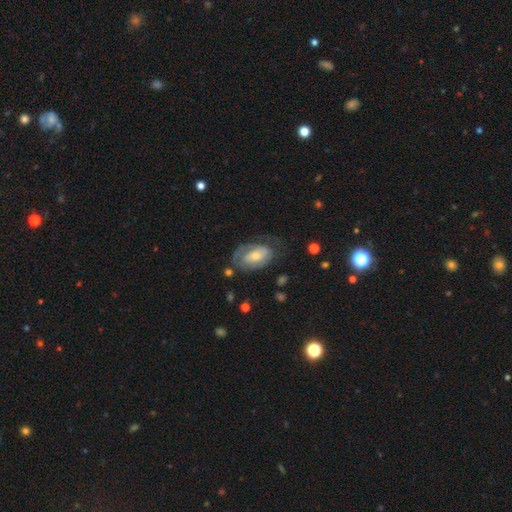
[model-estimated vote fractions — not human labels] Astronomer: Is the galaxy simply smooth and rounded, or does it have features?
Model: featured or disk — 56% (runner-up: smooth, 38%).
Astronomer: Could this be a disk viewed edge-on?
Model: no — 93%.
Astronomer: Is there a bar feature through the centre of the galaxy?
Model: no — 68%.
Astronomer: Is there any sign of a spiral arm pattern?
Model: yes — 59% (runner-up: no, 41%).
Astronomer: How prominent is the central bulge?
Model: small — 49% (runner-up: moderate, 42%).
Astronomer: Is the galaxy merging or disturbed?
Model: none — 51%.